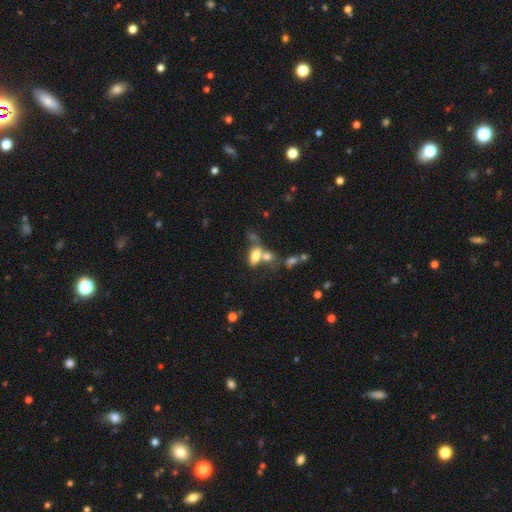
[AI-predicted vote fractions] Smooth or featured?
  - smooth: 70% *
  - featured or disk: 20%
  - star or artifact: 10%
How rounded?
  - in between: 84% *
  - cigar-shaped: 8%
  - round: 7%
Merging?
  - merger: 50% *
  - none: 29%
  - minor disturbance: 12%
  - major disturbance: 10%